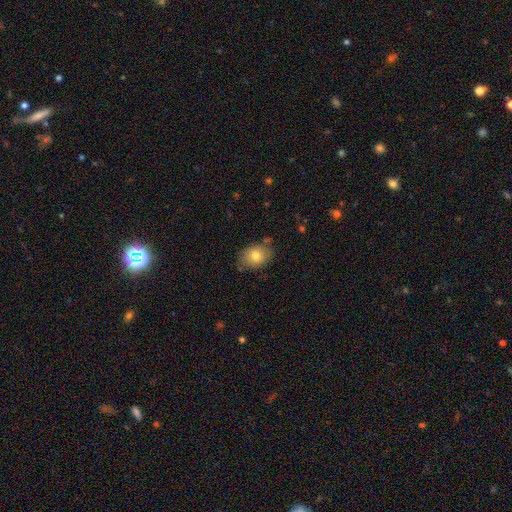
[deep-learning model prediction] This appears to be a smooth galaxy with no disk features (78%) that is in between round and cigar-shaped (70%). Merging: none (75%).